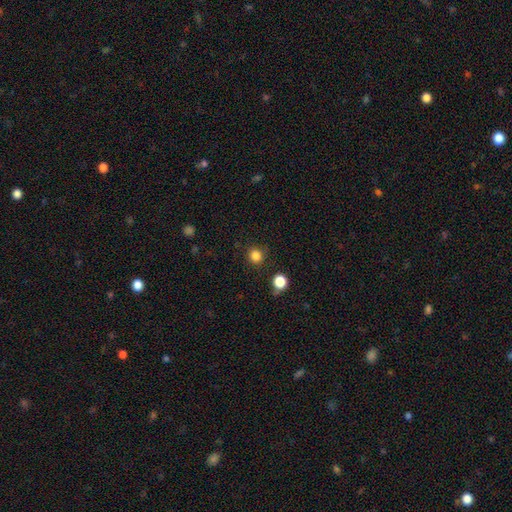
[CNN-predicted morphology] Smooth or featured?
  - smooth: 83% *
  - star or artifact: 13%
  - featured or disk: 4%
How rounded?
  - round: 91% *
  - in between: 8%
  - cigar-shaped: 1%
Merging?
  - none: 86% *
  - minor disturbance: 8%
  - major disturbance: 3%
  - merger: 3%